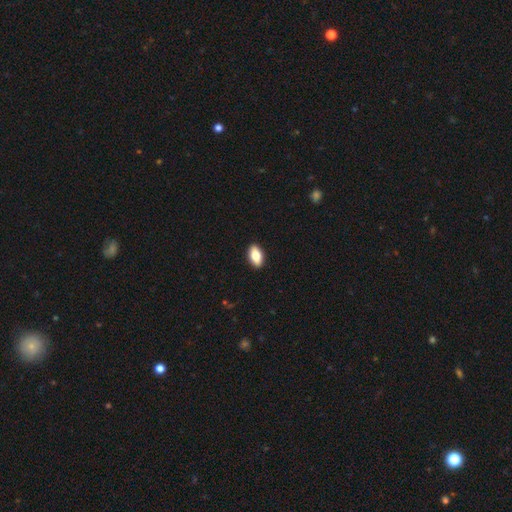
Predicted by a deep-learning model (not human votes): Smooth or featured? Predicted: smooth (p=0.78). How rounded? Predicted: in between (p=0.89). Merging? Predicted: none (p=0.90).